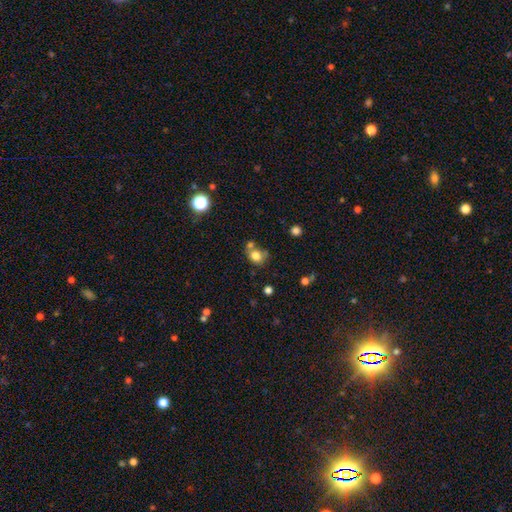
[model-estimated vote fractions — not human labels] smooth 78%, star or artifact 12%, featured or disk 10%. Down the decision tree: how rounded — round (71%); merging — none (51%).